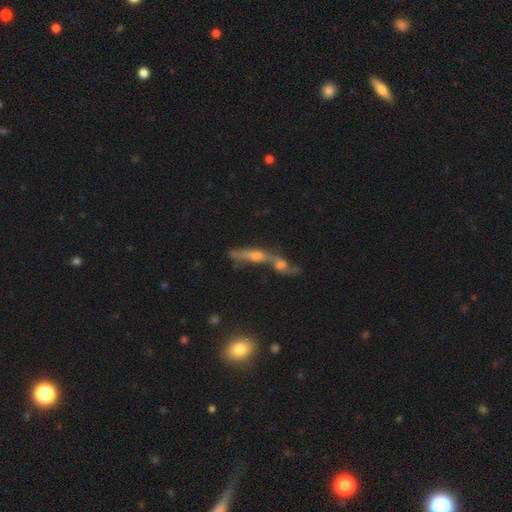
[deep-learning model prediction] A featured or disk galaxy (55%) viewed edge-on (57%).

Vote fractions:
- Smooth or featured? featured or disk: 55% / smooth: 31% / star or artifact: 14%
- Edge-on disk? yes: 57% / no: 43%
- Merging? merger: 66% / none: 20% / major disturbance: 7% / minor disturbance: 7%